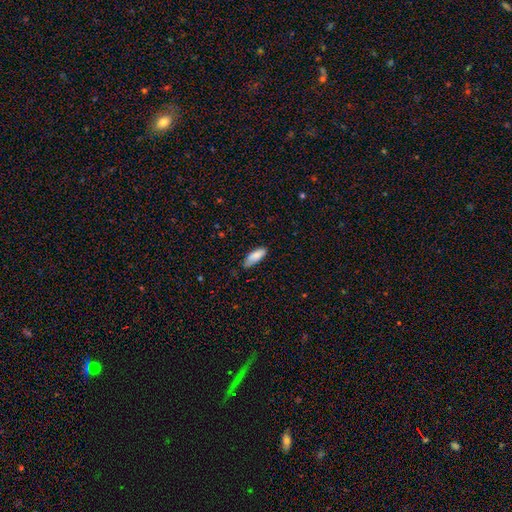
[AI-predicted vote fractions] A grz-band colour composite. It shows a smooth galaxy with no disk features (86%) that is in between round and cigar-shaped (70%). Merging: none (69%).